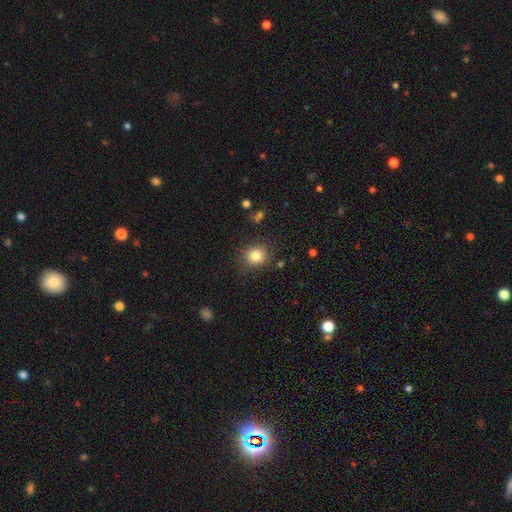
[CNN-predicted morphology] A smooth galaxy with no disk features (82%) that is round (80%).

Vote fractions:
- Smooth or featured? smooth: 82% / star or artifact: 12% / featured or disk: 7%
- How rounded? round: 80% / in between: 19% / cigar-shaped: 1%
- Merging? none: 82% / minor disturbance: 12% / major disturbance: 4% / merger: 2%